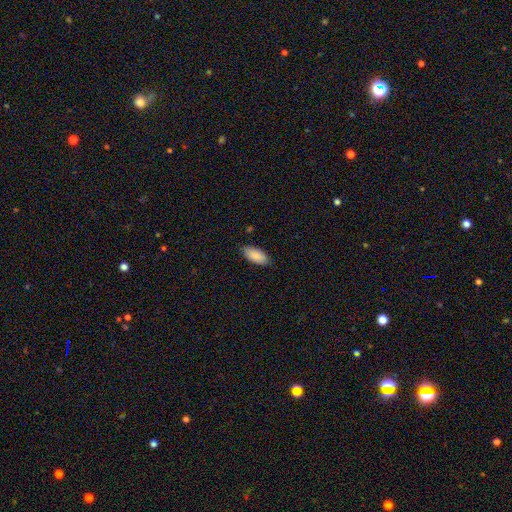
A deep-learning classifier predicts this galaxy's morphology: A smooth galaxy with no disk features (88%) that is in between round and cigar-shaped (89%).

Vote fractions:
- Smooth or featured? smooth: 88% / featured or disk: 6% / star or artifact: 6%
- How rounded? in between: 89% / cigar-shaped: 10% / round: 2%
- Merging? none: 85% / minor disturbance: 12% / major disturbance: 2% / merger: 1%